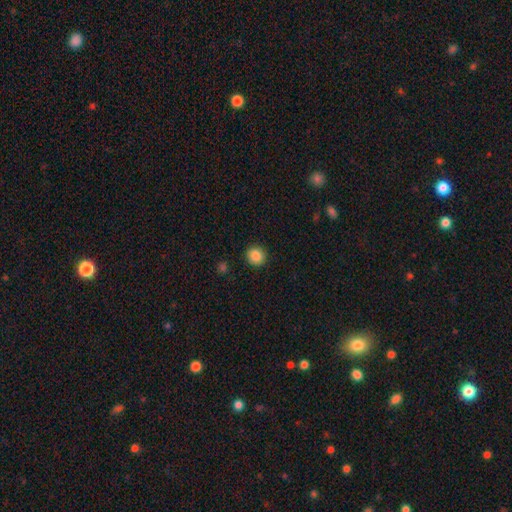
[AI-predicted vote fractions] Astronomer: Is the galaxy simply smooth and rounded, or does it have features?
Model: smooth — 86%.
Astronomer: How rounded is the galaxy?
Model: round — 87%.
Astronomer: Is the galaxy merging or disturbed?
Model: none — 91%.